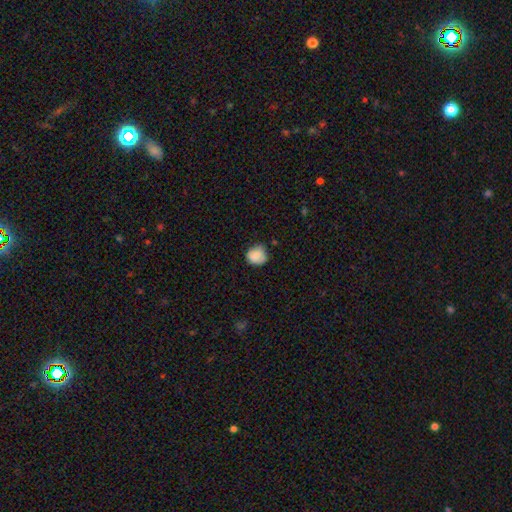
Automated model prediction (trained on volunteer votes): Smooth or featured? Predicted: smooth (p=0.84). How rounded? Predicted: round (p=0.84). Merging? Predicted: none (p=0.68).